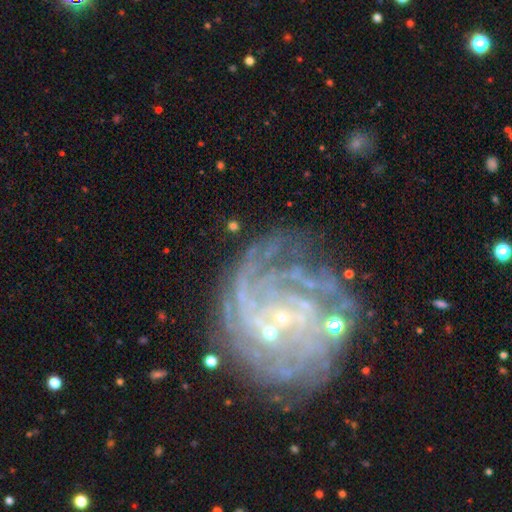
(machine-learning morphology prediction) smooth_or_featured: featured or disk (p=0.83) [alt: star or artifact p=0.10]
disk_edge_on: no (p=0.98) [alt: yes p=0.02]
bar: no (p=0.61) [alt: weak p=0.29]
has_spiral_arms: yes (p=0.93) [alt: no p=0.07]
spiral_winding: tight (p=0.67) [alt: medium p=0.24]
spiral_arm_count: can't tell (p=0.29) [alt: more than 4 p=0.19]
bulge_size: small (p=0.80) [alt: none p=0.10]
merging: none (p=0.62) [alt: minor disturbance p=0.18]